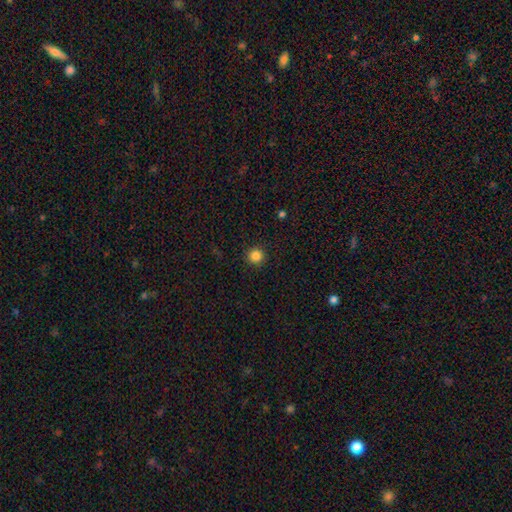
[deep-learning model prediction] Smooth or featured?
  - smooth: 85% *
  - star or artifact: 12%
  - featured or disk: 3%
How rounded?
  - round: 95% *
  - in between: 4%
  - cigar-shaped: 1%
Merging?
  - none: 92% *
  - minor disturbance: 5%
  - major disturbance: 2%
  - merger: 1%